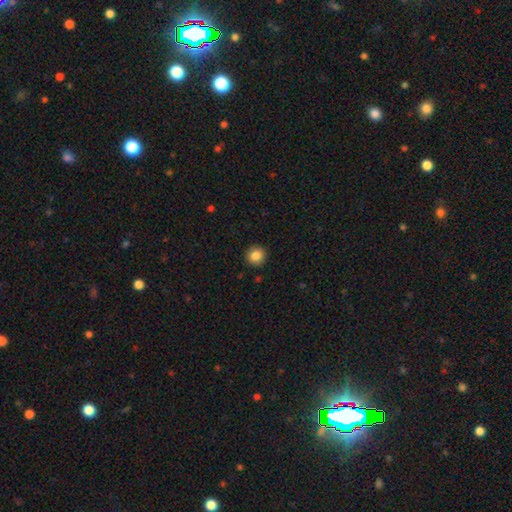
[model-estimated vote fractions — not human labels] Morphology: type=smooth (86%); roundness=round (93%); merging=none (92%).